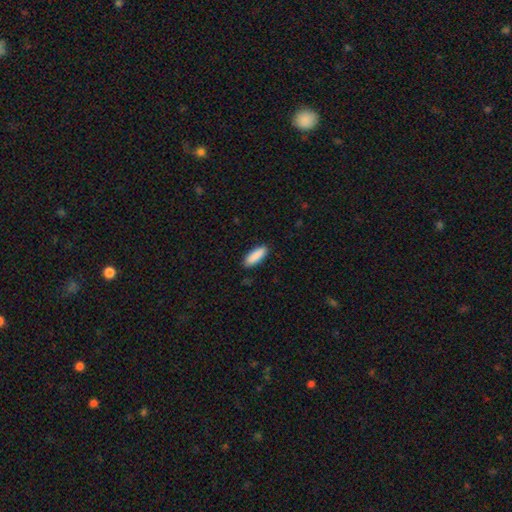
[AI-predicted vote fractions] Smooth or featured? smooth (90%)
How rounded? in between (61%)
Merging? none (89%)